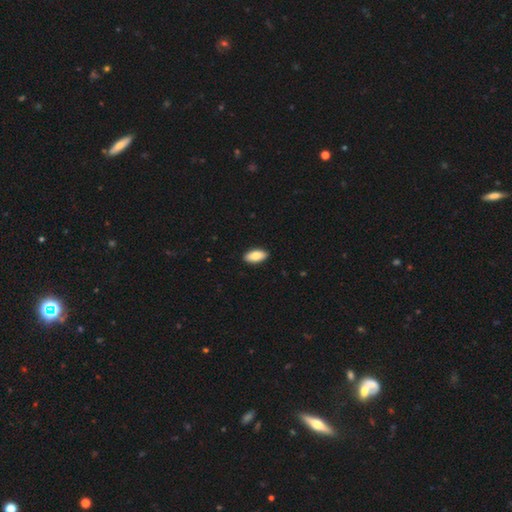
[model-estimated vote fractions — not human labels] This appears to be a smooth galaxy with no disk features (84%) that is in between round and cigar-shaped (91%). Merging: none (90%).